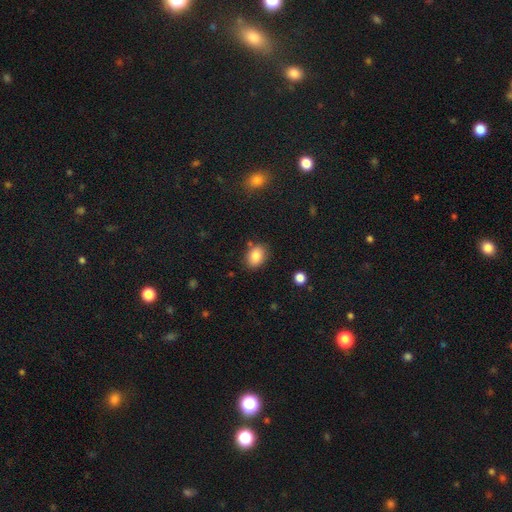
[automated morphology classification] Smooth or featured?
  - smooth: 85% *
  - star or artifact: 8%
  - featured or disk: 7%
How rounded?
  - in between: 76% *
  - round: 23%
  - cigar-shaped: 1%
Merging?
  - none: 81% *
  - minor disturbance: 12%
  - merger: 3%
  - major disturbance: 3%